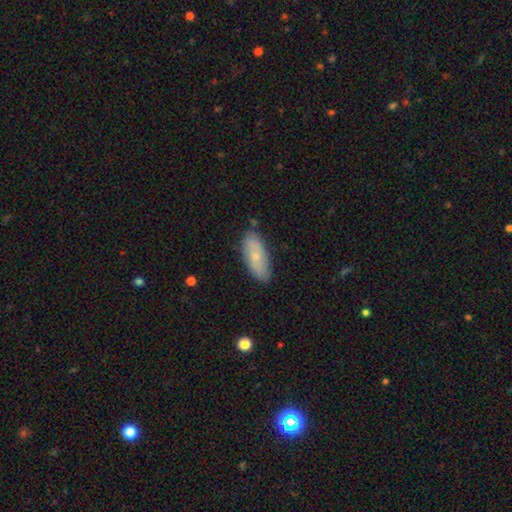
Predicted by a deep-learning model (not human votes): Smooth or featured? Predicted: smooth (p=0.68). How rounded? Predicted: in between (p=0.79). Merging? Predicted: none (p=0.79).